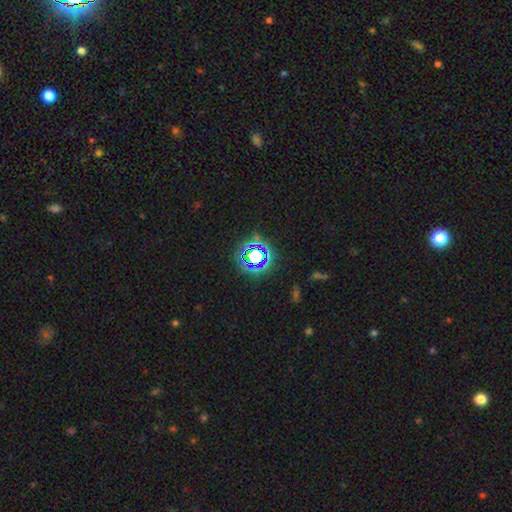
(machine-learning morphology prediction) Smooth or featured? star or artifact (66%)